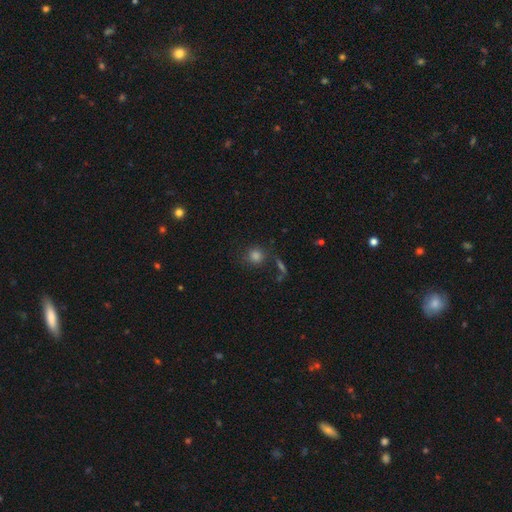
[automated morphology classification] Q: Smooth or featured?
A: smooth (76%); runner-up: star or artifact (16%)
Q: How rounded?
A: round (89%); runner-up: in between (10%)
Q: Merging?
A: none (74%); runner-up: minor disturbance (11%)